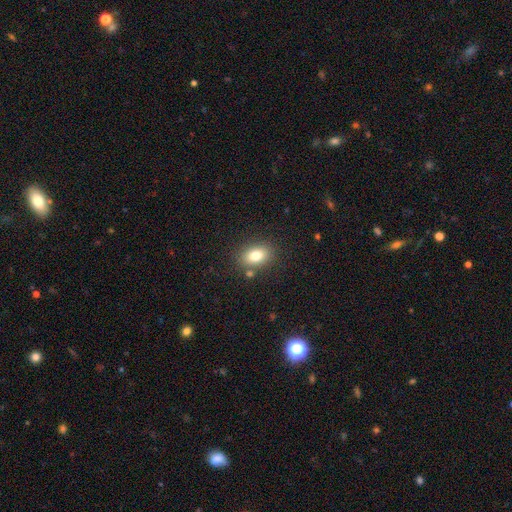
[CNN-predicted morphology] Smooth or featured? smooth (80%)
How rounded? in between (78%)
Merging? none (80%)